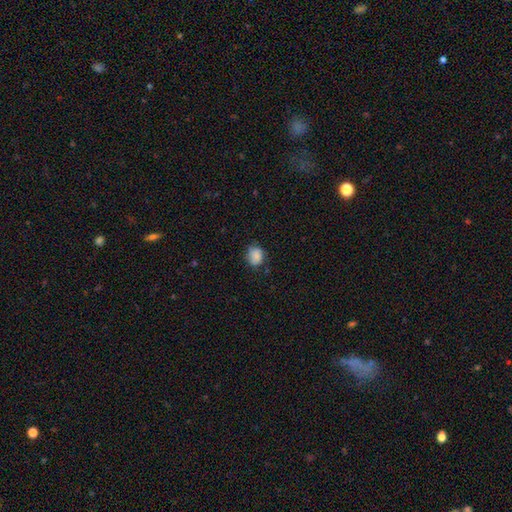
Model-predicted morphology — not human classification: Smooth or featured: smooth — 82% (star or artifact — 9%)
How rounded: round — 53% (in between — 46%)
Merging: none — 64% (minor disturbance — 26%)